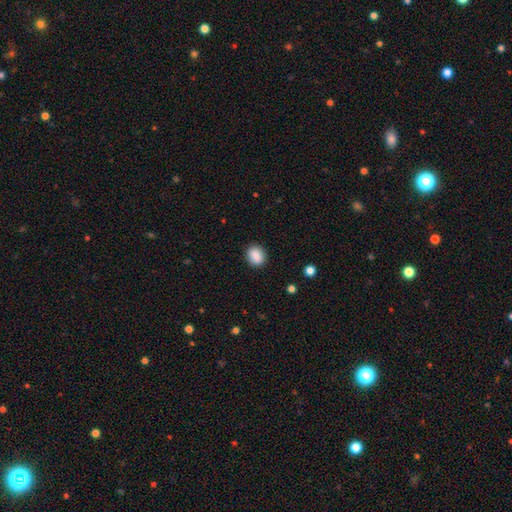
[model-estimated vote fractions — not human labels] Smooth or featured: smooth — 88% (star or artifact — 8%)
How rounded: round — 52% (in between — 47%)
Merging: none — 87% (minor disturbance — 9%)